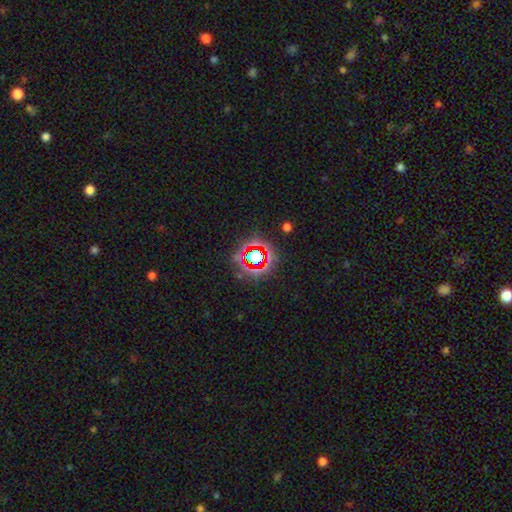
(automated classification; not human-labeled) Smooth or featured? Predicted: star or artifact (p=0.69).